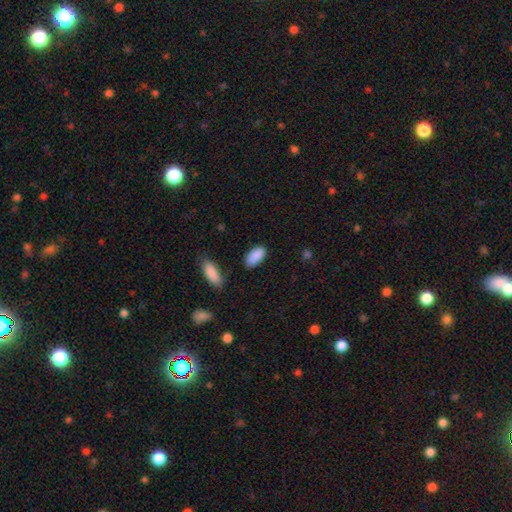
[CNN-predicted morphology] Q: Smooth or featured?
A: smooth (90%); runner-up: star or artifact (7%)
Q: How rounded?
A: in between (91%); runner-up: cigar-shaped (6%)
Q: Merging?
A: none (80%); runner-up: minor disturbance (14%)